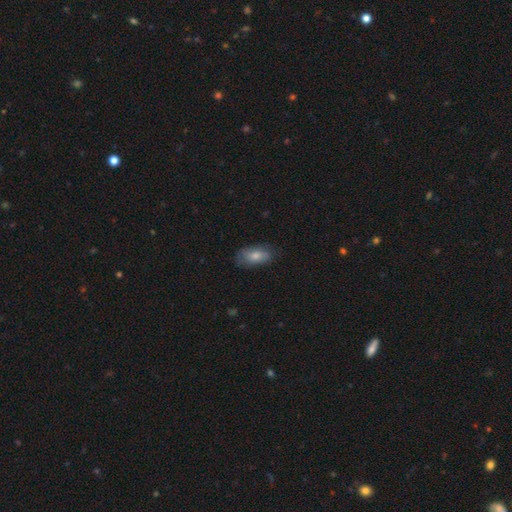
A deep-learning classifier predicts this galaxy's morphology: Smooth or featured? Predicted: smooth (p=0.76). How rounded? Predicted: in between (p=0.89). Merging? Predicted: none (p=0.71).